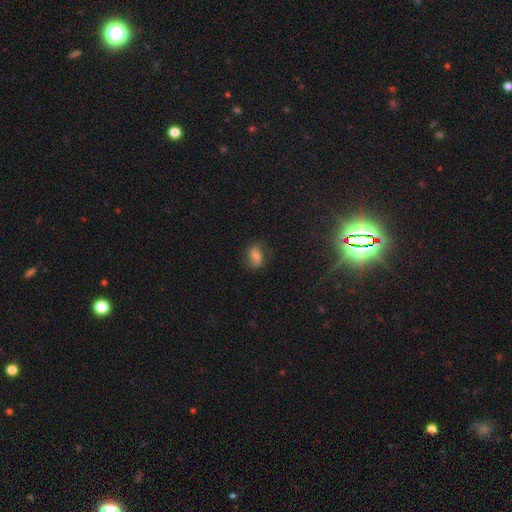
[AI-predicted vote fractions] Morphology: type=smooth (52%); roundness=in between (71%); merging=none (73%).